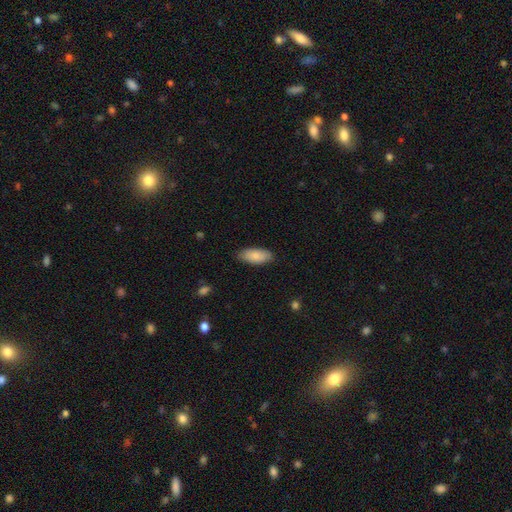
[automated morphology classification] type=smooth (86%); roundness=in between (87%); merging=none (84%).